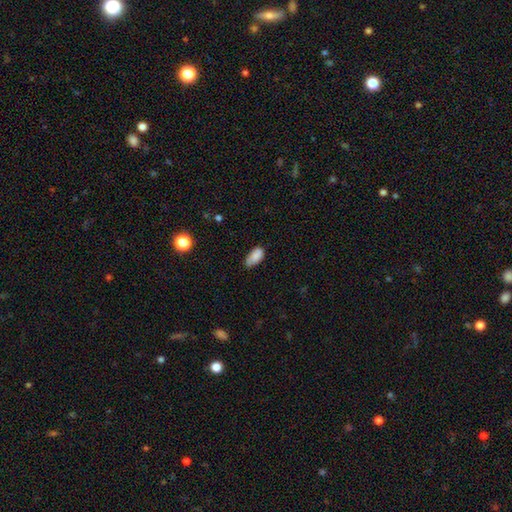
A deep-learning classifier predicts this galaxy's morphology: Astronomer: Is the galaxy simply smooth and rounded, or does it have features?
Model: smooth — 82%.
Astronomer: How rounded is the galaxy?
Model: in between — 93%.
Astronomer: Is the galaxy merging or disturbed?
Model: none — 58% (runner-up: minor disturbance, 33%).